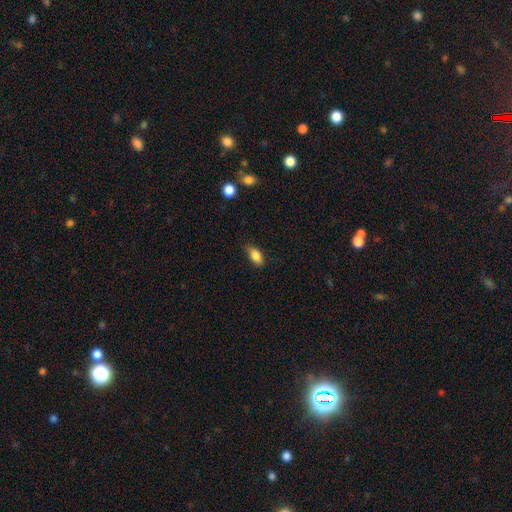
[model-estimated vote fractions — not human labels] A smooth galaxy with no disk features (86%) that is in between round and cigar-shaped (88%).

Vote fractions:
- Smooth or featured? smooth: 86% / star or artifact: 8% / featured or disk: 7%
- How rounded? in between: 88% / cigar-shaped: 6% / round: 5%
- Merging? none: 79% / minor disturbance: 17% / major disturbance: 3% / merger: 1%